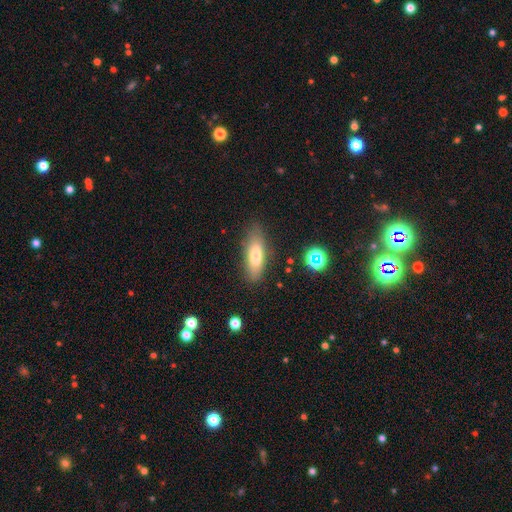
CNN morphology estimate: smooth_or_featured: smooth (p=0.73) [alt: featured or disk p=0.18]
how_rounded: in between (p=0.61) [alt: cigar-shaped p=0.36]
merging: none (p=0.81) [alt: minor disturbance p=0.13]